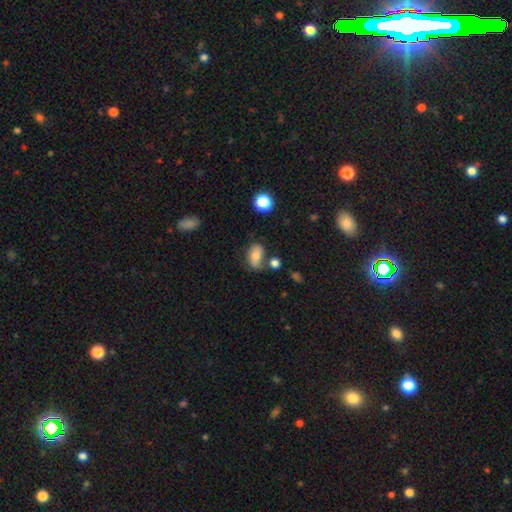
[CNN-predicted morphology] Smooth or featured? Predicted: smooth (p=0.72). How rounded? Predicted: in between (p=0.87). Merging? Predicted: none (p=0.60).